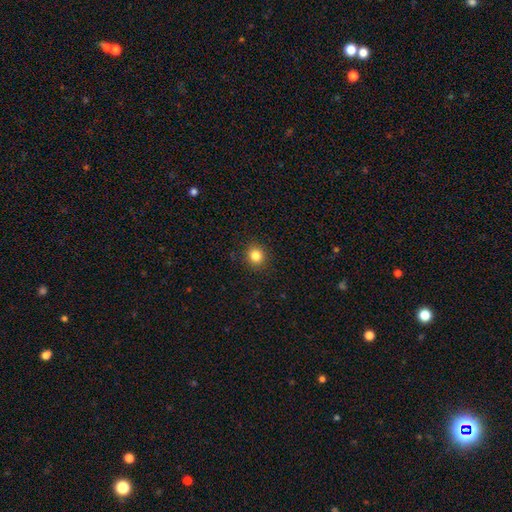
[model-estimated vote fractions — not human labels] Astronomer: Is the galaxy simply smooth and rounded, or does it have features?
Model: smooth — 84%.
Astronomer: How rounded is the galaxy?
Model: round — 90%.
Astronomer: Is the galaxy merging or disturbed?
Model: none — 91%.